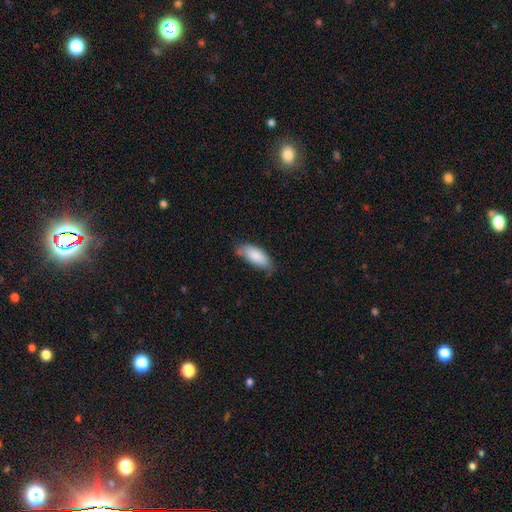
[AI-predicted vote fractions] smooth 84%, featured or disk 11%, star or artifact 6%. Down the decision tree: how rounded — in between (78%); merging — none (63%).